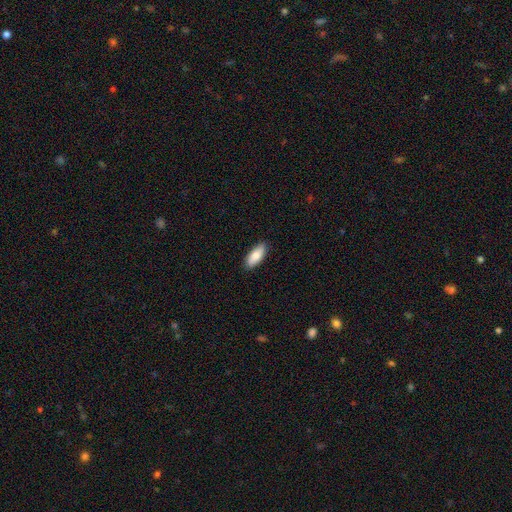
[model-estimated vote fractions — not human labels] smooth 84%, featured or disk 10%, star or artifact 6%. Down the decision tree: how rounded — in between (77%); merging — none (89%).